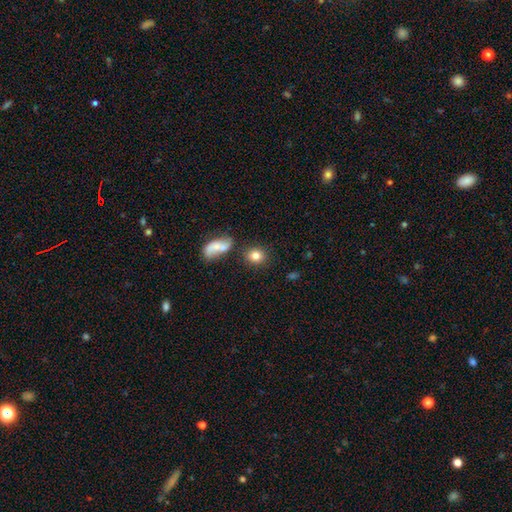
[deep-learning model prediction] Q: Smooth or featured?
A: smooth (82%); runner-up: star or artifact (9%)
Q: How rounded?
A: round (72%); runner-up: in between (26%)
Q: Merging?
A: none (78%); runner-up: minor disturbance (10%)